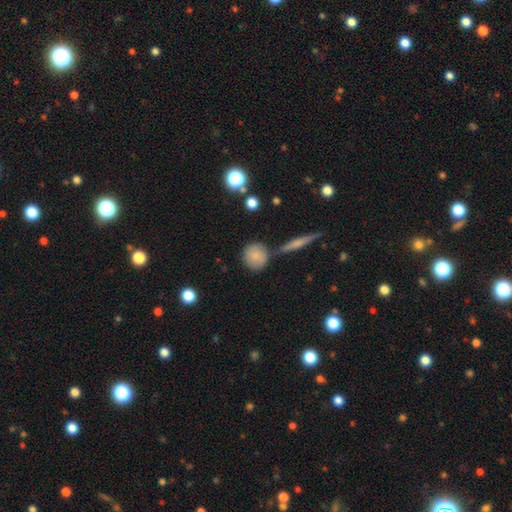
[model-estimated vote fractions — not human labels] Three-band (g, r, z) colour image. It shows a smooth galaxy with no disk features (82%) that is round (89%). Merging: none (74%).